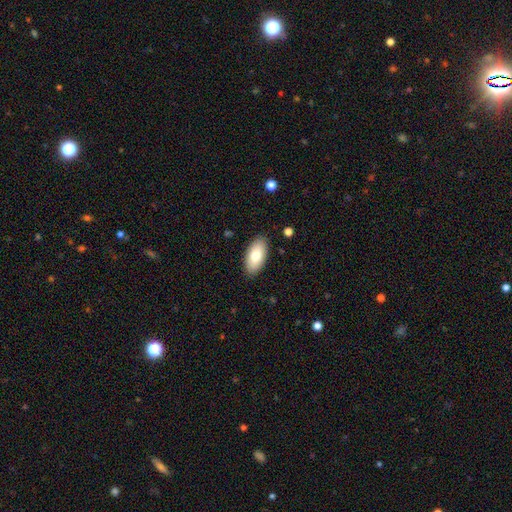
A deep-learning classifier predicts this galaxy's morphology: smooth_or_featured: smooth (p=0.80) [alt: featured or disk p=0.14]
how_rounded: in between (p=0.94) [alt: cigar-shaped p=0.04]
merging: none (p=0.88) [alt: minor disturbance p=0.09]